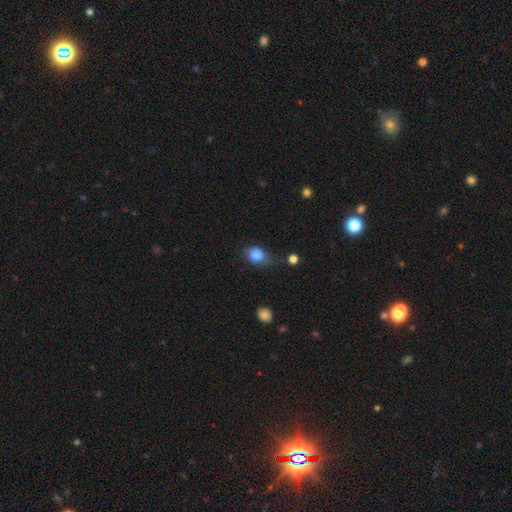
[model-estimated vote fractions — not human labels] A smooth galaxy with no disk features (82%) that is in between round and cigar-shaped (53%).

Vote fractions:
- Smooth or featured? smooth: 82% / star or artifact: 10% / featured or disk: 8%
- How rounded? in between: 53% / round: 45% / cigar-shaped: 1%
- Merging? none: 55% / minor disturbance: 31% / major disturbance: 10% / merger: 4%